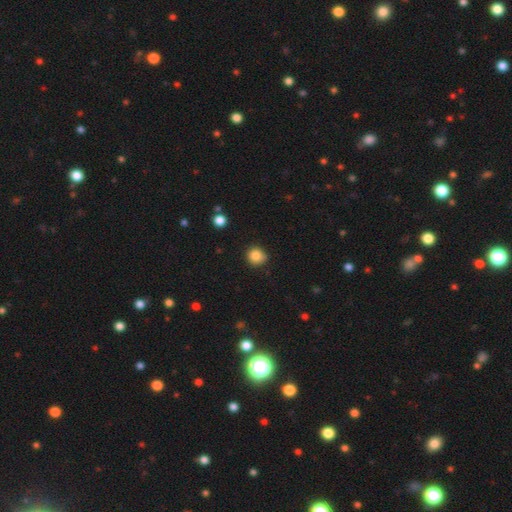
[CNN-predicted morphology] Smooth or featured? Predicted: smooth (p=0.85). How rounded? Predicted: round (p=0.90). Merging? Predicted: none (p=0.82).